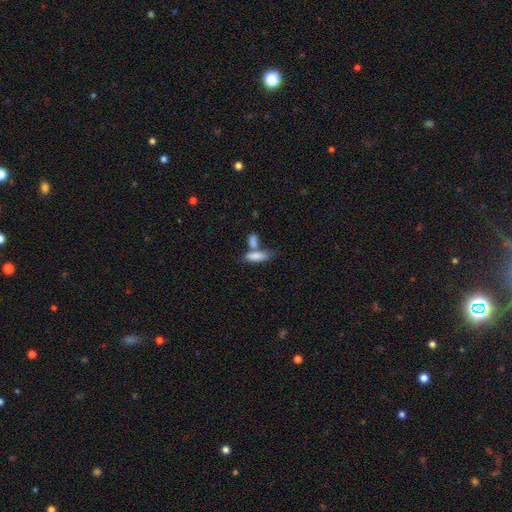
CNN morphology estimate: Smooth or featured? Predicted: smooth (p=0.81). How rounded? Predicted: in between (p=0.65). Merging? Predicted: merger (p=0.47).